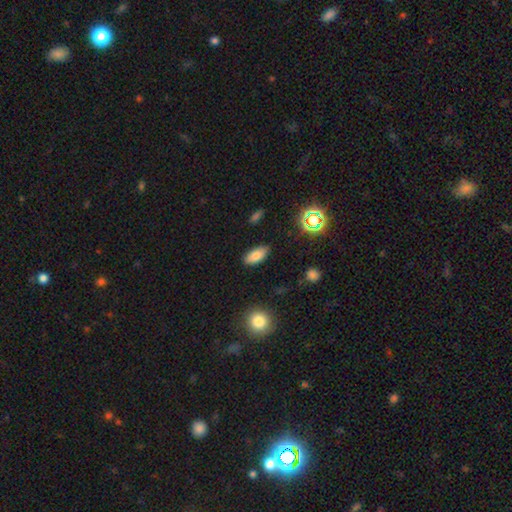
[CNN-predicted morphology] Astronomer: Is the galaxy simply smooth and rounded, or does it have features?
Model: smooth — 80%.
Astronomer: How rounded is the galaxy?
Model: in between — 89%.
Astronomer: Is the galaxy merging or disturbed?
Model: none — 86%.